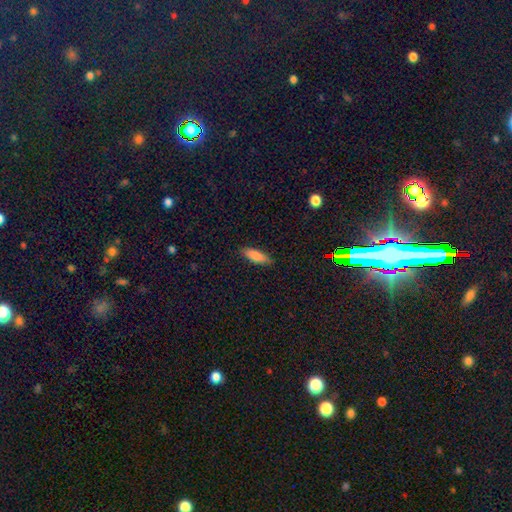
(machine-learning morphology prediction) Smooth or featured?
  - smooth: 84% *
  - featured or disk: 10%
  - star or artifact: 6%
How rounded?
  - in between: 51% *
  - cigar-shaped: 47%
  - round: 2%
Merging?
  - none: 88% *
  - minor disturbance: 9%
  - major disturbance: 2%
  - merger: 1%